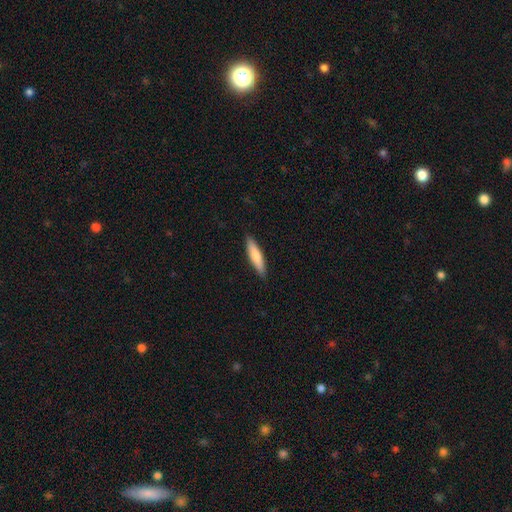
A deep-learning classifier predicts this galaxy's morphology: smooth_or_featured: smooth (p=0.71) [alt: featured or disk p=0.24]
how_rounded: cigar-shaped (p=0.78) [alt: in between p=0.21]
merging: none (p=0.89) [alt: minor disturbance p=0.08]